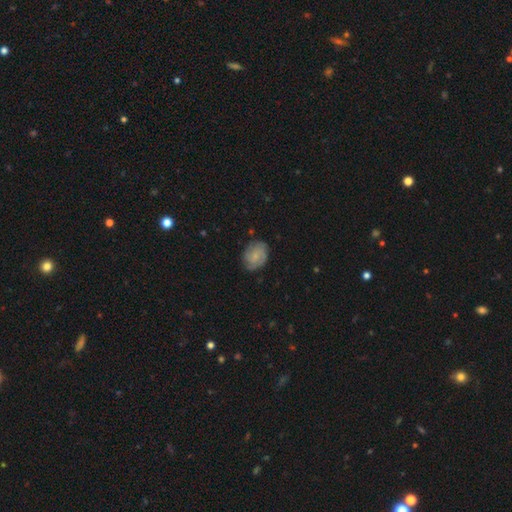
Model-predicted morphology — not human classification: smooth_or_featured: featured or disk (p=0.56) [alt: smooth p=0.37]
disk_edge_on: no (p=0.97) [alt: yes p=0.03]
bar: no (p=0.70) [alt: weak p=0.26]
has_spiral_arms: yes (p=0.90) [alt: no p=0.10]
bulge_size: small (p=0.61) [alt: moderate p=0.21]
merging: none (p=0.76) [alt: minor disturbance p=0.18]